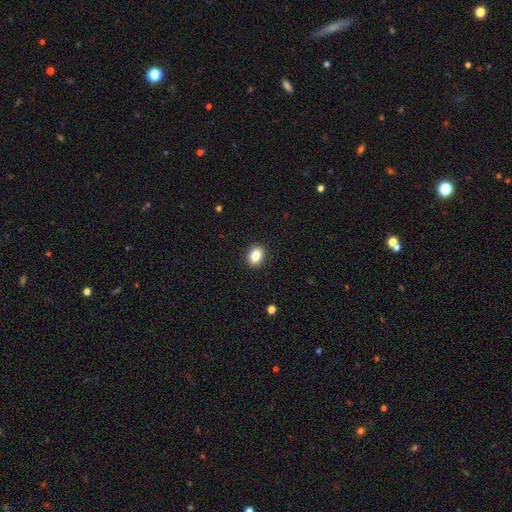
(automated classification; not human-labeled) smooth_or_featured: smooth (p=0.84) [alt: star or artifact p=0.10]
how_rounded: in between (p=0.55) [alt: round p=0.44]
merging: none (p=0.91) [alt: minor disturbance p=0.06]